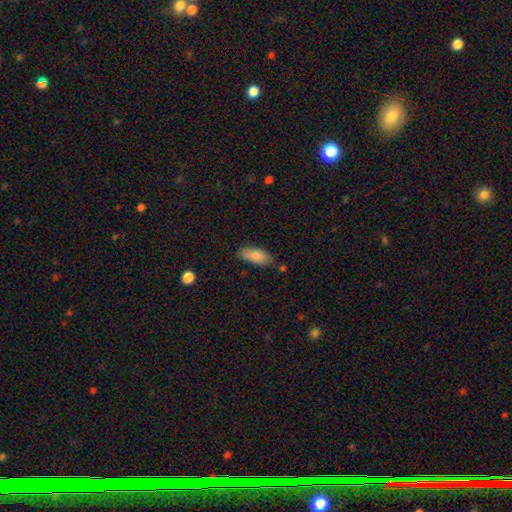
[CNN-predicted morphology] Smooth or featured? Predicted: smooth (p=0.85). How rounded? Predicted: in between (p=0.82). Merging? Predicted: none (p=0.70).